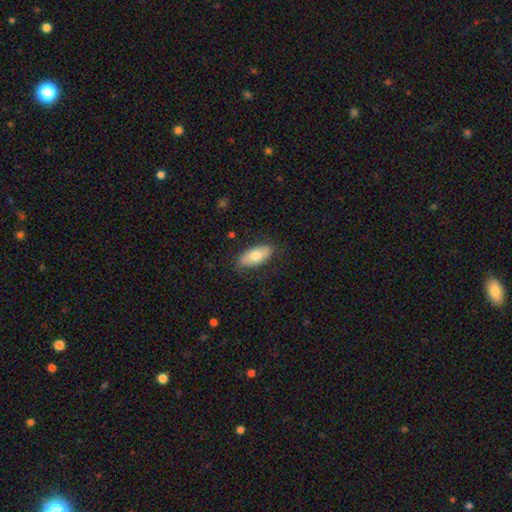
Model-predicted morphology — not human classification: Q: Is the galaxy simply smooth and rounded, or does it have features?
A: smooth — 72%.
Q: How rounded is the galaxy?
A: in between — 88%.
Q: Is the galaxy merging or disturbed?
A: none — 82%.